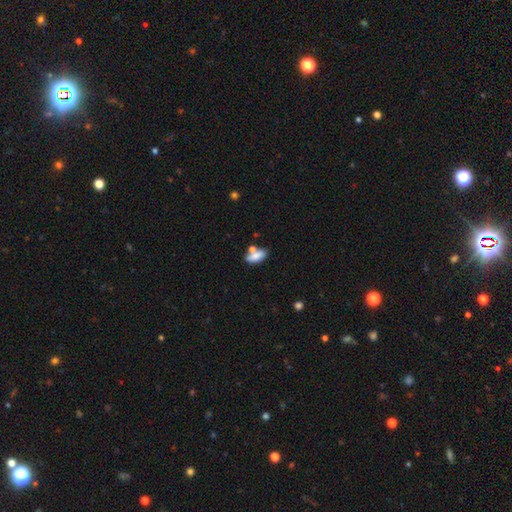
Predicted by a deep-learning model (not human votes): Smooth or featured? smooth (78%)
How rounded? in between (81%)
Merging? none (53%)